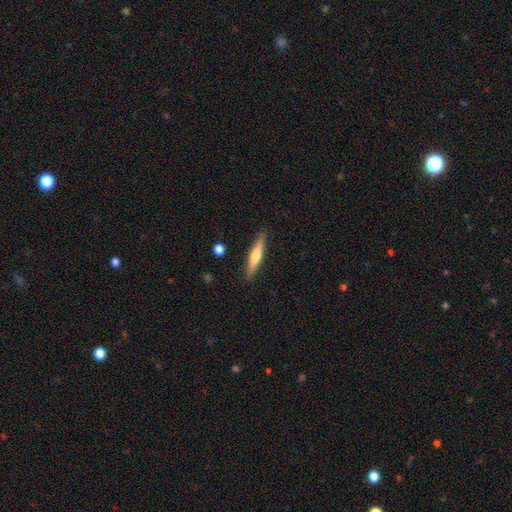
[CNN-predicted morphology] Smooth or featured?
  - smooth: 52% *
  - featured or disk: 42%
  - star or artifact: 6%
How rounded?
  - cigar-shaped: 88% *
  - in between: 10%
  - round: 1%
Merging?
  - none: 89% *
  - minor disturbance: 8%
  - major disturbance: 2%
  - merger: 2%